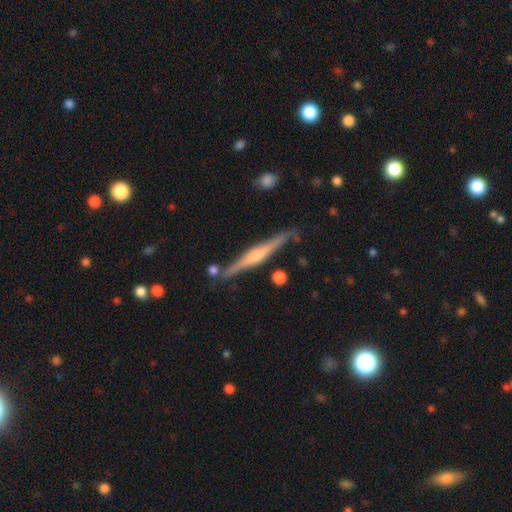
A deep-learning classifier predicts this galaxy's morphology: Smooth or featured: featured or disk — 76% (smooth — 18%)
Edge-on disk: yes — 98% (no — 2%)
Edge-on bulge: rounded — 73% (boxy — 15%)
Merging: none — 84% (minor disturbance — 11%)